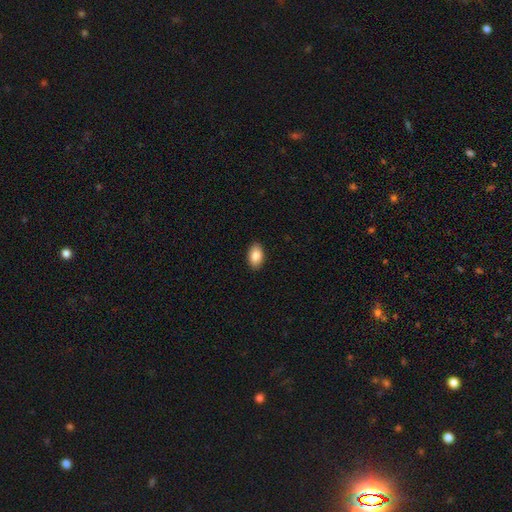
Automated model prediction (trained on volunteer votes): smooth_or_featured: smooth (p=0.86) [alt: featured or disk p=0.07]
how_rounded: in between (p=0.92) [alt: round p=0.06]
merging: none (p=0.89) [alt: minor disturbance p=0.08]